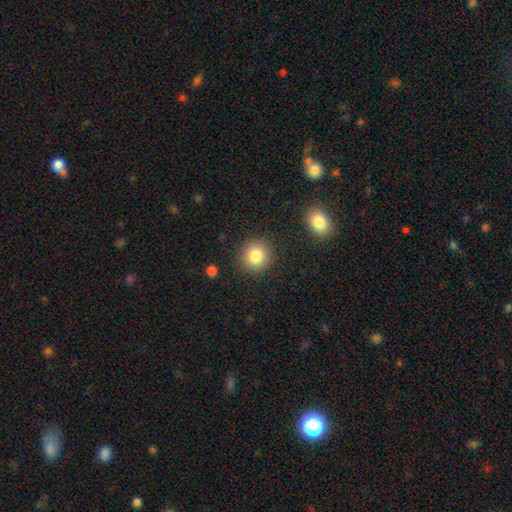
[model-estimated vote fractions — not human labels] Smooth or featured: smooth — 82% (star or artifact — 11%)
How rounded: round — 92% (in between — 7%)
Merging: none — 89% (minor disturbance — 6%)